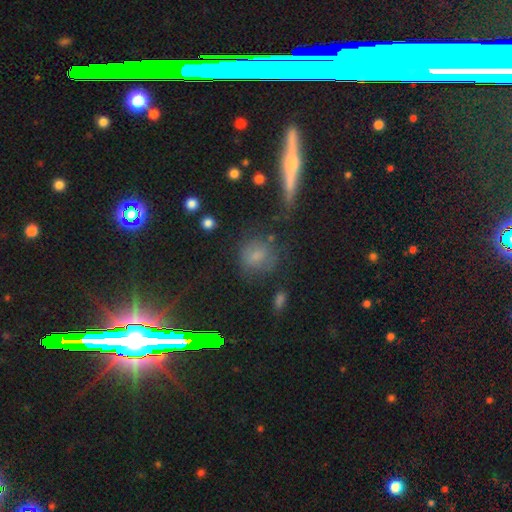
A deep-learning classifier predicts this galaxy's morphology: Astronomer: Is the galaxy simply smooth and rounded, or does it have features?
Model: smooth — 67%.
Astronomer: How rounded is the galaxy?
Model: round — 75%.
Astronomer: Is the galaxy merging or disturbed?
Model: none — 65%.